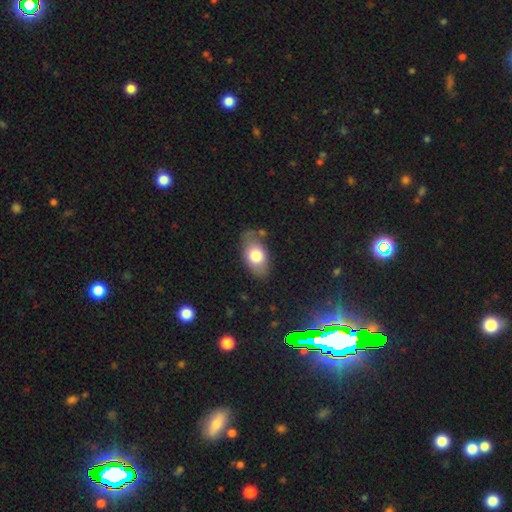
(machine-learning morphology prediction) Overall: smooth (73%). How rounded: in between (88%). Merging: none (70%).